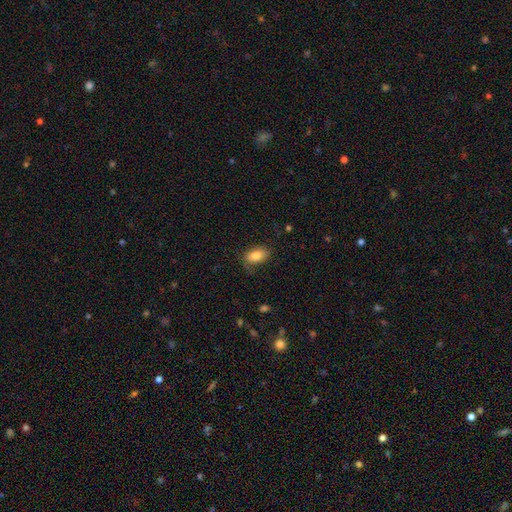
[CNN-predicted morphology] Smooth or featured? smooth (82%)
How rounded? in between (91%)
Merging? none (70%)